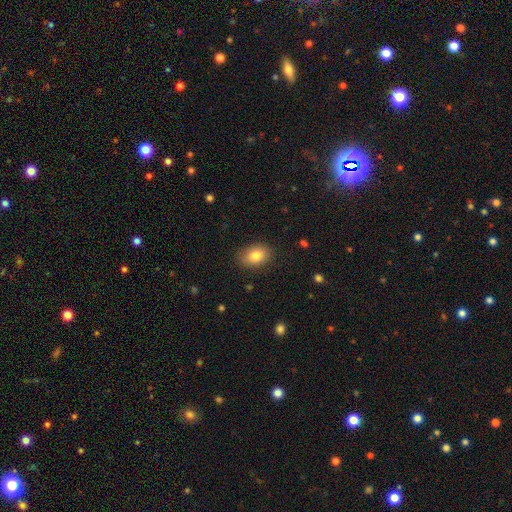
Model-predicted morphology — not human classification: Smooth or featured?
  - smooth: 83% *
  - featured or disk: 9%
  - star or artifact: 8%
How rounded?
  - in between: 80% *
  - round: 19%
  - cigar-shaped: 1%
Merging?
  - none: 85% *
  - minor disturbance: 11%
  - major disturbance: 3%
  - merger: 1%